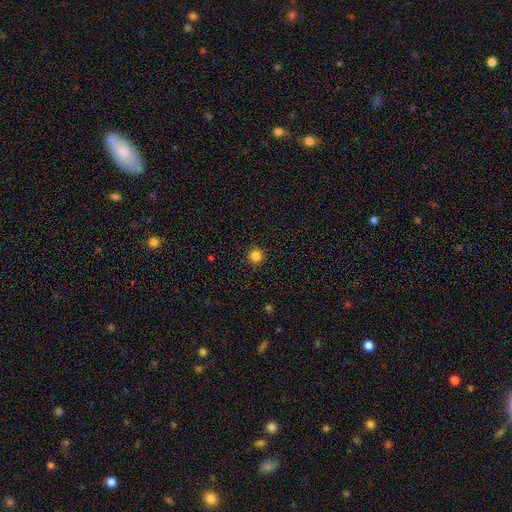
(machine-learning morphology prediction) Smooth or featured: smooth — 83% (star or artifact — 12%)
How rounded: round — 95% (in between — 4%)
Merging: none — 92% (minor disturbance — 5%)